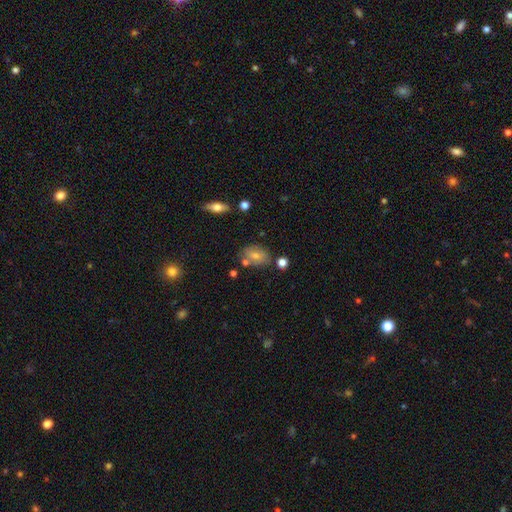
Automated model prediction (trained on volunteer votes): Q: Smooth or featured?
A: smooth (71%); runner-up: featured or disk (19%)
Q: How rounded?
A: in between (79%); runner-up: round (19%)
Q: Merging?
A: none (67%); runner-up: minor disturbance (17%)